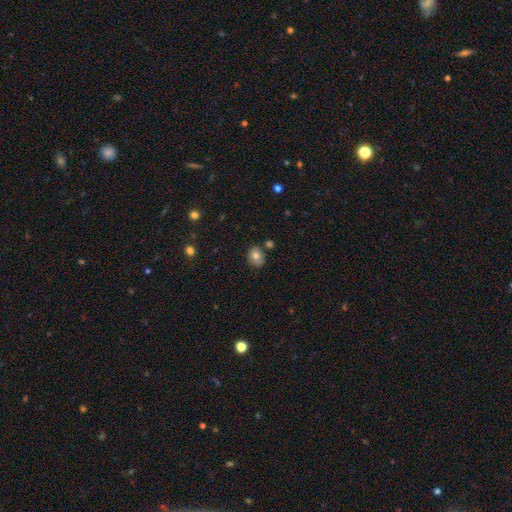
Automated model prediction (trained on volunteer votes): Smooth or featured? smooth (76%)
How rounded? round (57%)
Merging? none (76%)